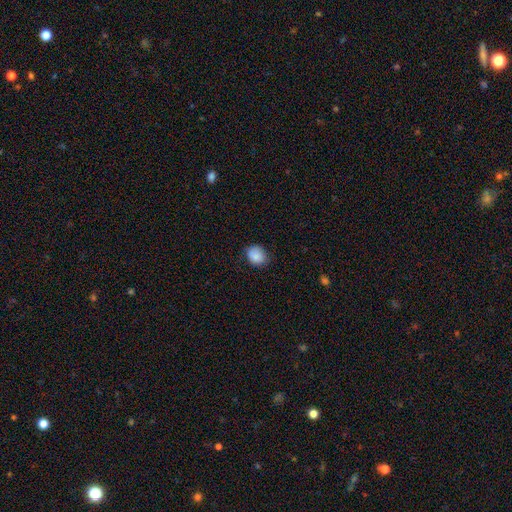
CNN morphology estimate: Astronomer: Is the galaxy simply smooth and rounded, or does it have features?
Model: smooth — 86%.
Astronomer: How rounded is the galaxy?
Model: round — 63%.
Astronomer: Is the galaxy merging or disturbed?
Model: none — 73%.